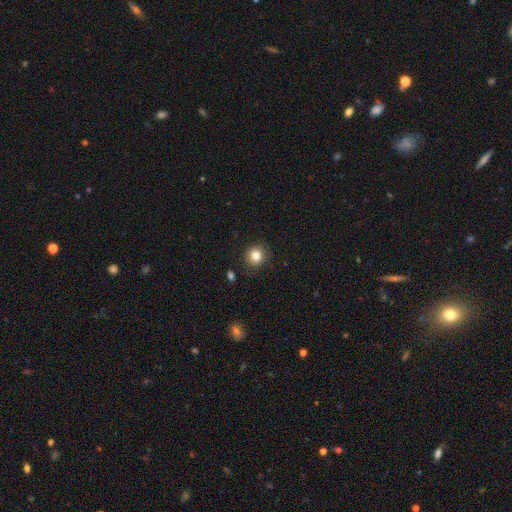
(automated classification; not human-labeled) smooth 82%, star or artifact 11%, featured or disk 7%. Down the decision tree: how rounded — round (86%); merging — none (89%).